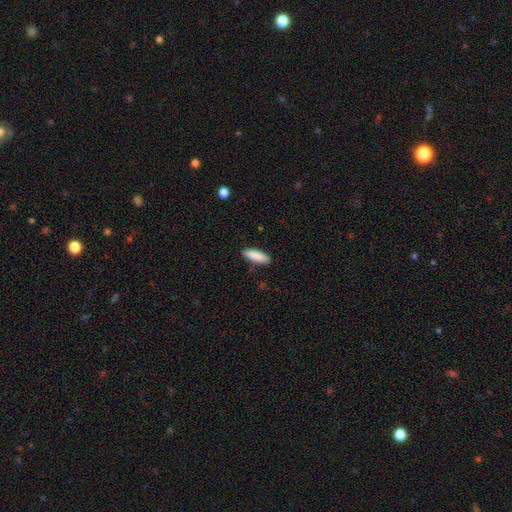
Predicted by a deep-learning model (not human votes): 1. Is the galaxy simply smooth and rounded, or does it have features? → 89% smooth, 6% star or artifact, 5% featured or disk.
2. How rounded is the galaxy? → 56% in between, 43% cigar-shaped, 2% round.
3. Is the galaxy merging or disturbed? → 88% none, 9% minor disturbance, 2% major disturbance, 1% merger.